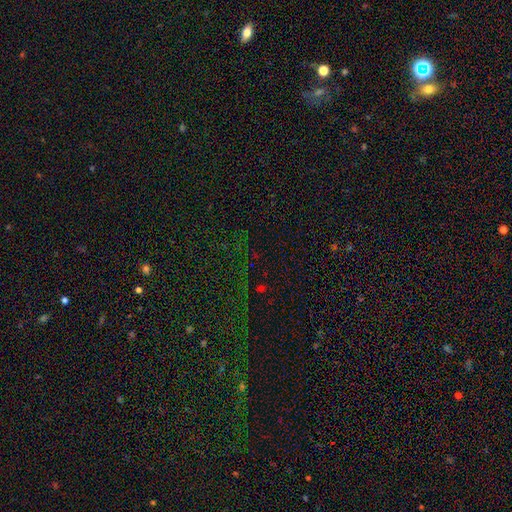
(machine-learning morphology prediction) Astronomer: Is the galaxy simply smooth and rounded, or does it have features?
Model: star or artifact — 73%.